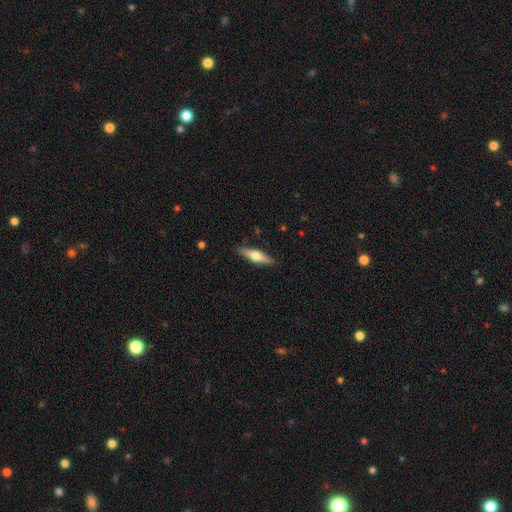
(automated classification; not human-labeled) smooth_or_featured: featured or disk (p=0.48) [alt: smooth p=0.46]
merging: none (p=0.88) [alt: minor disturbance p=0.09]